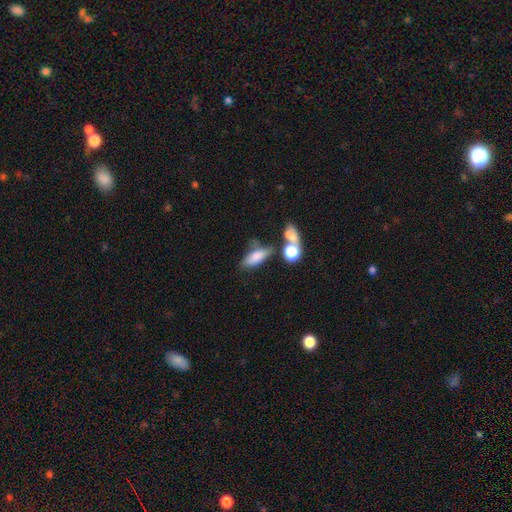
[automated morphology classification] smooth 73%, featured or disk 16%, star or artifact 10%. Down the decision tree: how rounded — in between (66%); merging — none (48%).